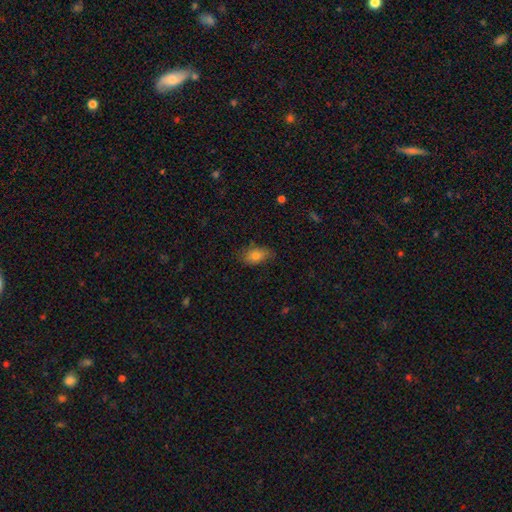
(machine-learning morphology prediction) A smooth galaxy with no disk features (79%) that is in between round and cigar-shaped (88%).

Vote fractions:
- Smooth or featured? smooth: 79% / featured or disk: 12% / star or artifact: 9%
- How rounded? in between: 88% / round: 9% / cigar-shaped: 3%
- Merging? none: 73% / minor disturbance: 22% / major disturbance: 4% / merger: 1%